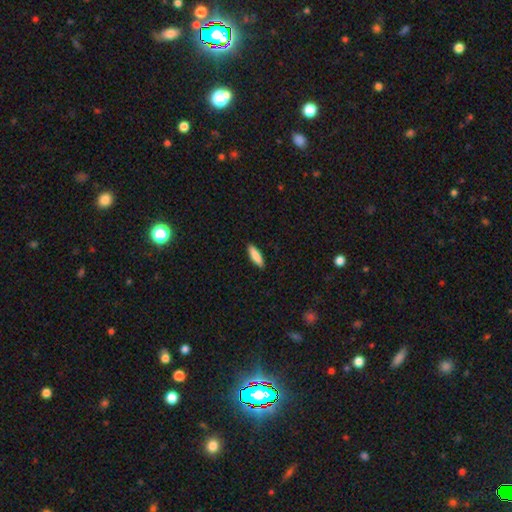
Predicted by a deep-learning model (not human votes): smooth-or-featured: smooth: 86% | featured or disk: 9% | star or artifact: 6%
  how-rounded: cigar-shaped: 59% | in between: 39% | round: 2%
  merging: none: 90% | minor disturbance: 7% | major disturbance: 2% | merger: 1%